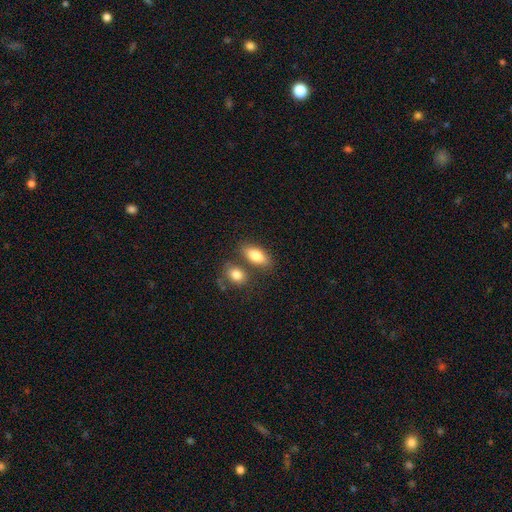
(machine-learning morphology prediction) The model was most divided on "merging": none: 63%, merger: 22%, minor disturbance: 12%, major disturbance: 4%. More confident: how rounded — in between (86%); smooth or featured — smooth (82%).